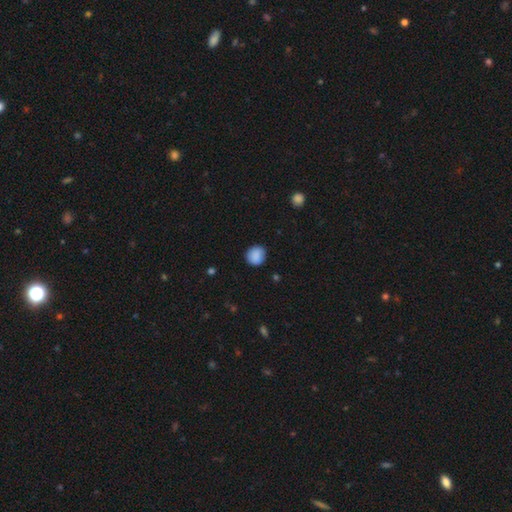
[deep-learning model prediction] A smooth galaxy with no disk features (88%) that is round (85%).

Vote fractions:
- Smooth or featured? smooth: 88% / star or artifact: 8% / featured or disk: 4%
- How rounded? round: 85% / in between: 14% / cigar-shaped: 1%
- Merging? none: 83% / minor disturbance: 13% / major disturbance: 3% / merger: 1%